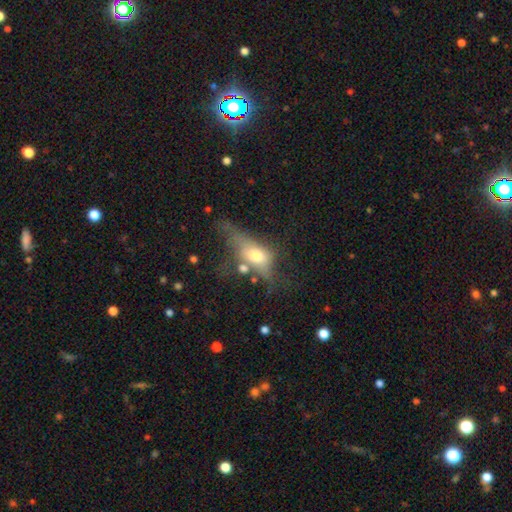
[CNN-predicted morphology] This appears to be a smooth galaxy with no disk features (52%) that is in between round and cigar-shaped (72%). Merging: major disturbance (37%).